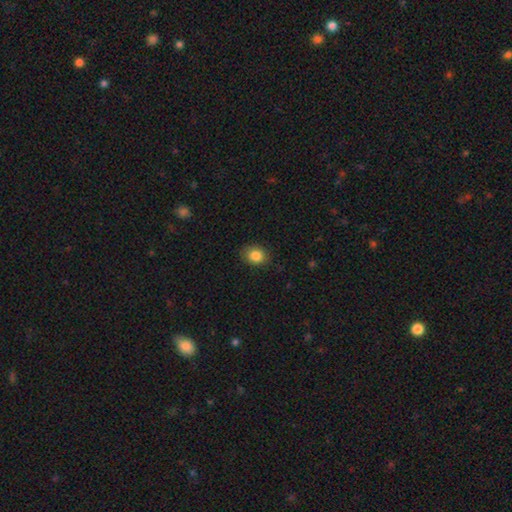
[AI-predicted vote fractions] This is clearly a smooth galaxy (85%). How rounded: possibly round (50%). Merging: clearly none (83%).